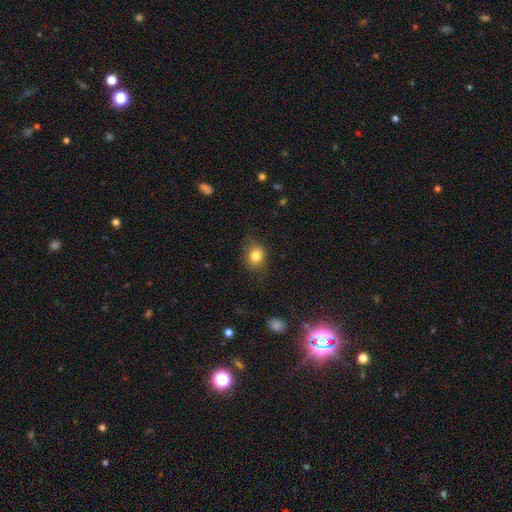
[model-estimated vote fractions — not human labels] Morphology: type=smooth (82%); roundness=round (61%); merging=none (81%).